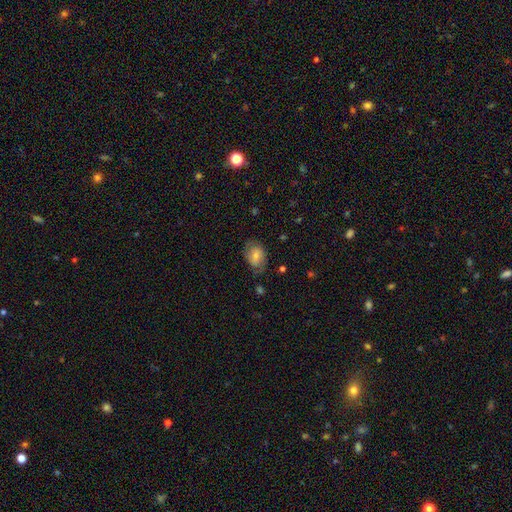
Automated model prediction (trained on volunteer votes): Smooth or featured? Predicted: smooth (p=0.61). How rounded? Predicted: in between (p=0.72). Merging? Predicted: none (p=0.63).